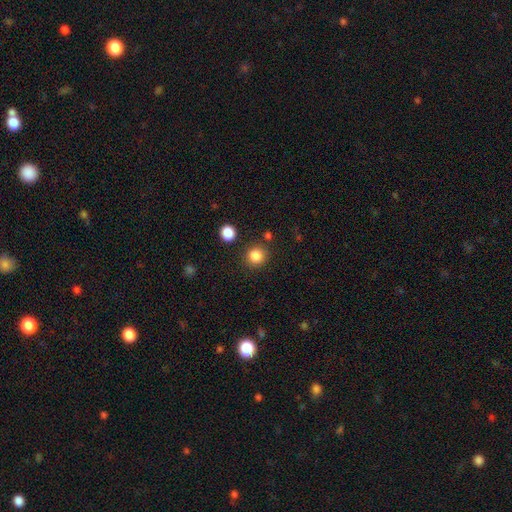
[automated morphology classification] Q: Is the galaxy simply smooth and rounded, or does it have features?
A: smooth — 85%.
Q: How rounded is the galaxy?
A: round — 89%.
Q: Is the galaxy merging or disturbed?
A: none — 85%.